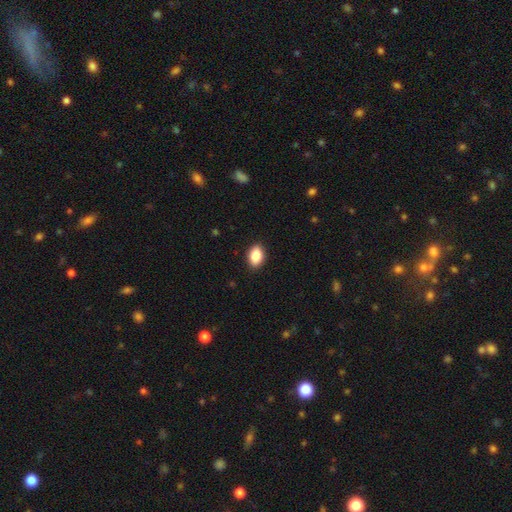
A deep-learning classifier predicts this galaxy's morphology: Smooth or featured: smooth — 87% (star or artifact — 8%)
How rounded: in between — 87% (round — 11%)
Merging: none — 90% (minor disturbance — 8%)